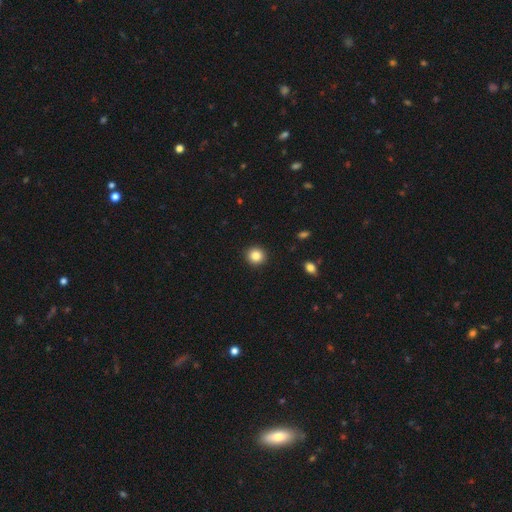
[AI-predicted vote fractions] Smooth or featured?
  - smooth: 85% *
  - star or artifact: 10%
  - featured or disk: 5%
How rounded?
  - round: 92% *
  - in between: 7%
  - cigar-shaped: 1%
Merging?
  - none: 92% *
  - minor disturbance: 5%
  - major disturbance: 2%
  - merger: 1%